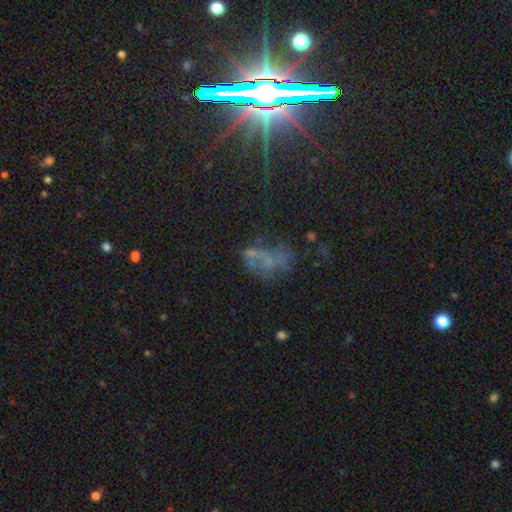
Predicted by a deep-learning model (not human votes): Smooth or featured? featured or disk (39%)
Merging? none (36%)